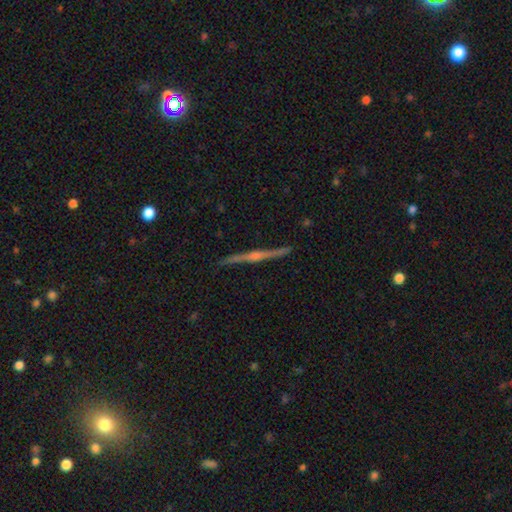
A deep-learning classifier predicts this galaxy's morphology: A featured or disk galaxy (75%) viewed edge-on (96%) with a rounded central bulge (74%). Merging: none (88%).